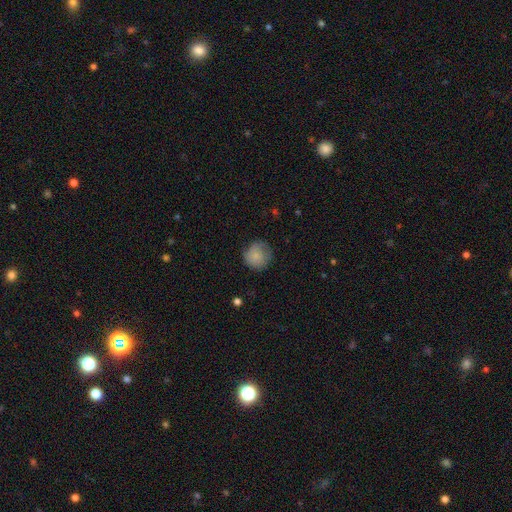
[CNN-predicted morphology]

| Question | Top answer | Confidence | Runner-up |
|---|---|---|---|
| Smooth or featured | smooth | 76% | featured or disk (16%) |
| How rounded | round | 89% | in between (10%) |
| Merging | none | 68% | minor disturbance (23%) |